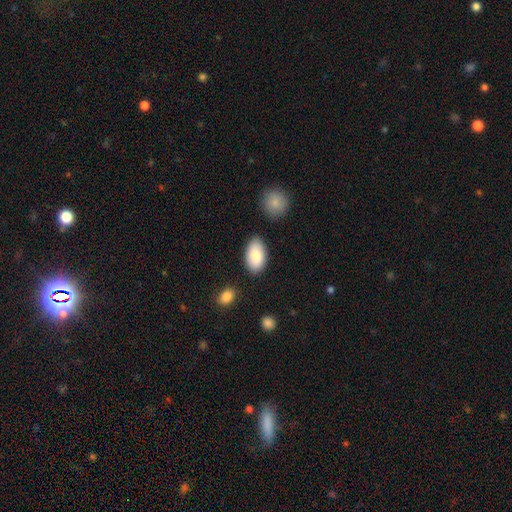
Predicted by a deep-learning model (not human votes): smooth_or_featured: smooth (p=0.83) [alt: featured or disk p=0.11]
how_rounded: in between (p=0.94) [alt: round p=0.04]
merging: none (p=0.81) [alt: minor disturbance p=0.12]